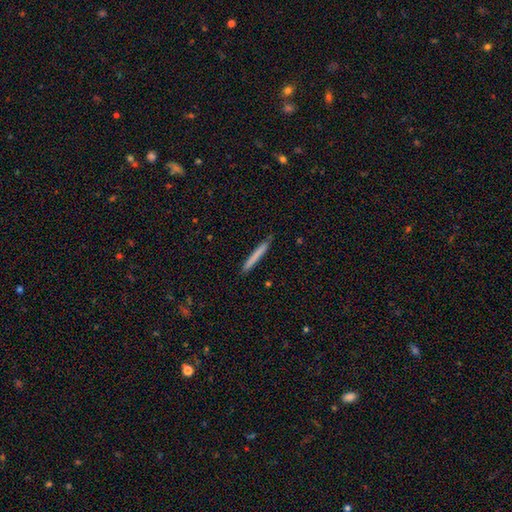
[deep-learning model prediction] smooth-or-featured: smooth: 73% | featured or disk: 21% | star or artifact: 6%
  how-rounded: cigar-shaped: 97% | in between: 2% | round: 1%
  merging: none: 88% | minor disturbance: 9% | major disturbance: 2% | merger: 1%